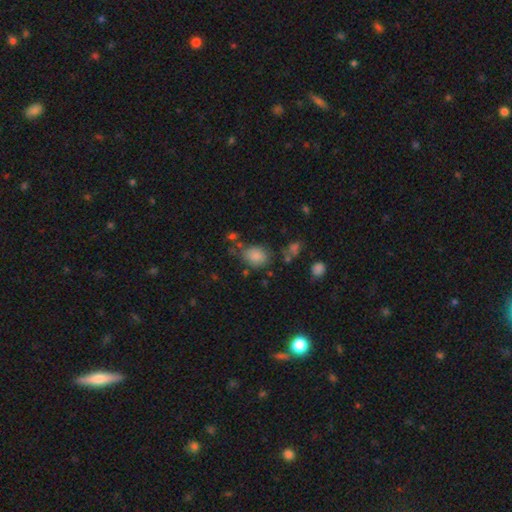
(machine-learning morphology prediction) A smooth galaxy with no disk features (83%) that is in between round and cigar-shaped (56%). Merging: none (67%).